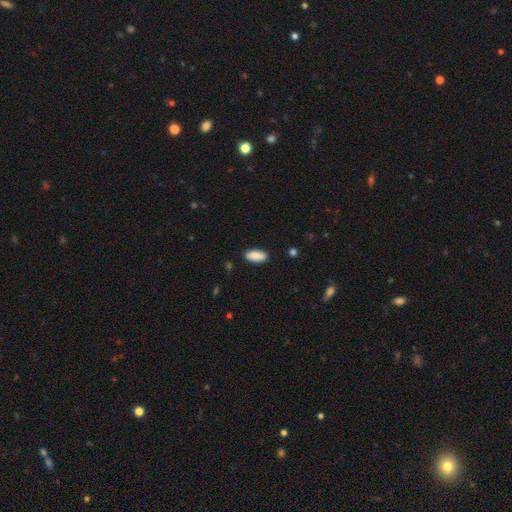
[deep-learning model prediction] A smooth galaxy with no disk features (88%) that is in between round and cigar-shaped (83%).

Vote fractions:
- Smooth or featured? smooth: 88% / star or artifact: 6% / featured or disk: 6%
- How rounded? in between: 83% / cigar-shaped: 15% / round: 2%
- Merging? none: 87% / minor disturbance: 9% / major disturbance: 2% / merger: 1%